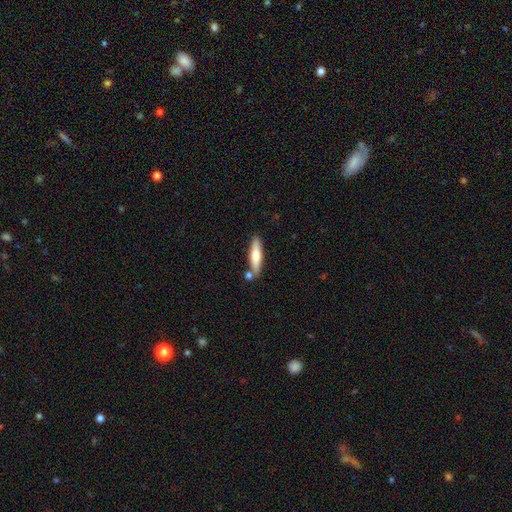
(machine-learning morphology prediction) Smooth or featured? Predicted: smooth (p=0.62). How rounded? Predicted: cigar-shaped (p=0.77). Merging? Predicted: none (p=0.77).